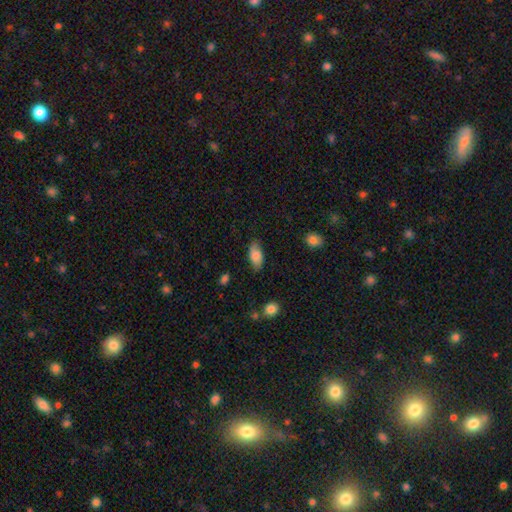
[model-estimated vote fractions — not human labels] This appears to be a smooth galaxy with no disk features (80%) that is in between round and cigar-shaped (91%). Merging: none (79%).